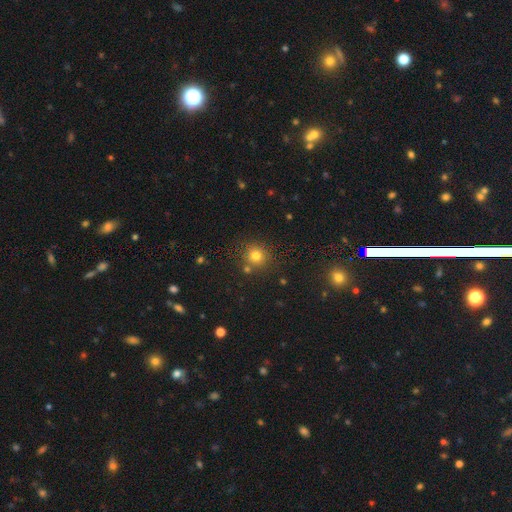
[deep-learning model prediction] Smooth or featured: smooth — 77% (star or artifact — 16%)
How rounded: round — 92% (in between — 7%)
Merging: none — 79% (merger — 10%)